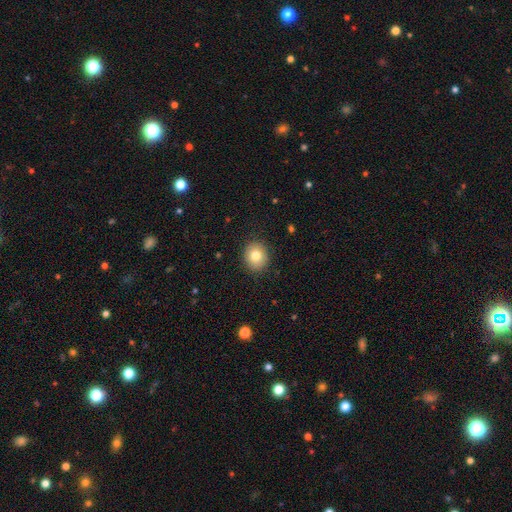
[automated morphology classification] Overall: smooth (79%). How rounded: round (78%). Merging: none (90%).